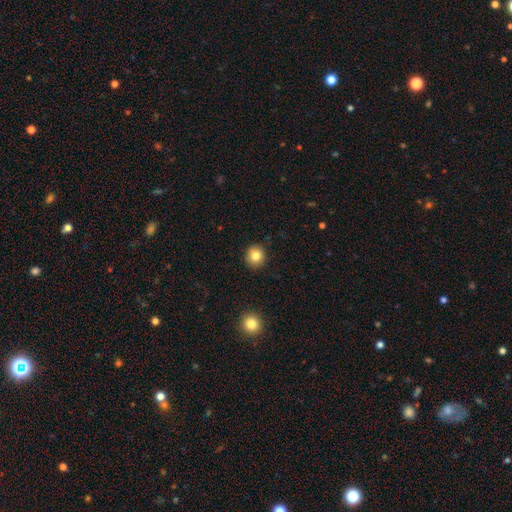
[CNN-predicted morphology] This appears to be a smooth galaxy with no disk features (81%) that is round (87%). Merging: none (90%).